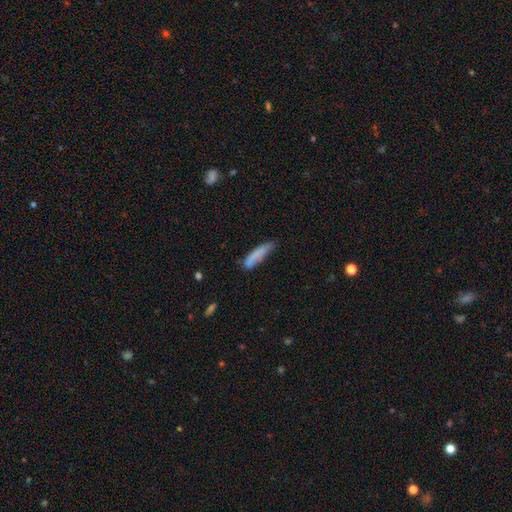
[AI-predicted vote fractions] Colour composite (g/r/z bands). It shows a smooth galaxy with no disk features (78%) that is cigar-shaped (83%). Merging: none (57%).